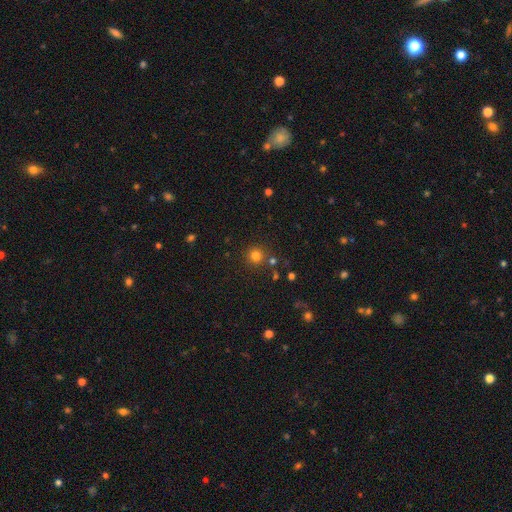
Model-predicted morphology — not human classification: Smooth or featured?
  - smooth: 78% *
  - star or artifact: 17%
  - featured or disk: 5%
How rounded?
  - round: 91% *
  - in between: 8%
  - cigar-shaped: 1%
Merging?
  - none: 80% *
  - merger: 9%
  - minor disturbance: 8%
  - major disturbance: 3%